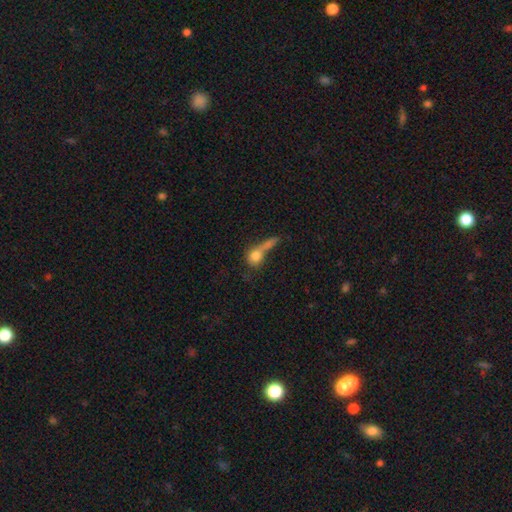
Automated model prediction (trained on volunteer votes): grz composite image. It shows a smooth galaxy with no disk features (69%) that is round (55%). Merging: merger (33%).